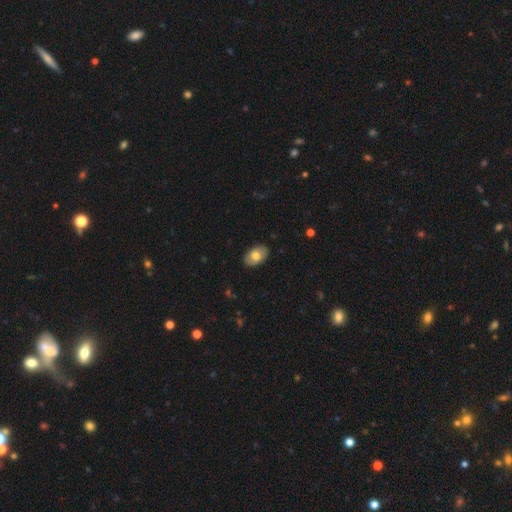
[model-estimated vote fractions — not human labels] A smooth galaxy with no disk features (75%) that is in between round and cigar-shaped (92%).

Vote fractions:
- Smooth or featured? smooth: 75% / featured or disk: 19% / star or artifact: 6%
- How rounded? in between: 92% / round: 7% / cigar-shaped: 1%
- Merging? none: 88% / minor disturbance: 10% / major disturbance: 2% / merger: 1%